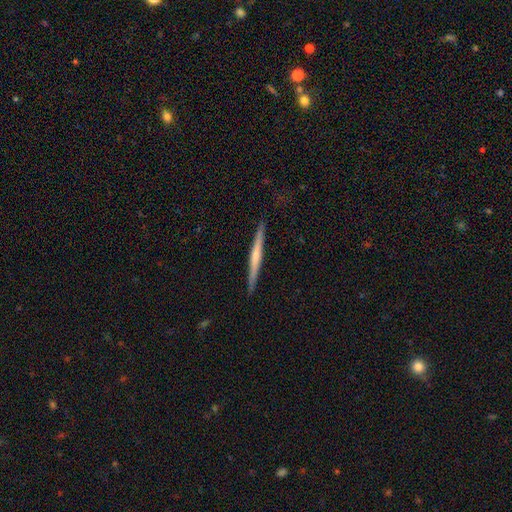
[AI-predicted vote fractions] Overall: featured or disk (59%; smooth 36%). Edge-on disk: yes (98%). Edge-on bulge: none (49%; rounded 39%). Merging: none (90%).